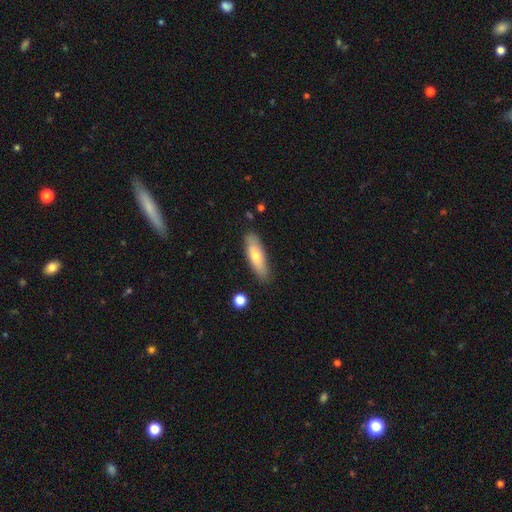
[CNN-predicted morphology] This is likely a smooth galaxy (67%). How rounded: possibly cigar-shaped (56%). Merging: clearly none (84%).